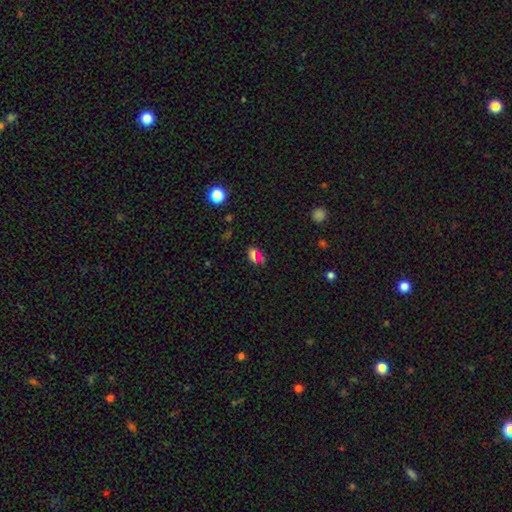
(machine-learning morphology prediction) Smooth or featured?
  - smooth: 54% *
  - star or artifact: 35%
  - featured or disk: 11%
How rounded?
  - in between: 71% *
  - round: 24%
  - cigar-shaped: 5%
Merging?
  - none: 72% *
  - minor disturbance: 16%
  - major disturbance: 7%
  - merger: 5%